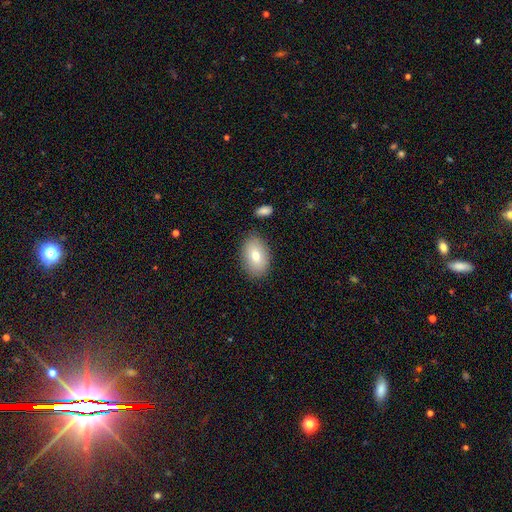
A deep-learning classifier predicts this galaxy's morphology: The model was most divided on "smooth or featured": smooth: 75%, featured or disk: 18%, star or artifact: 8%. More confident: how rounded — in between (89%); merging — none (83%).